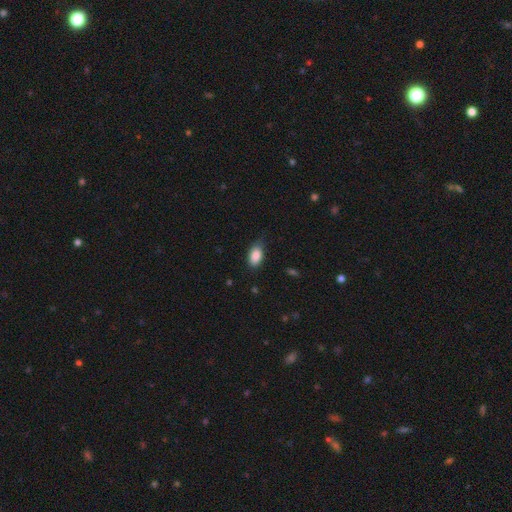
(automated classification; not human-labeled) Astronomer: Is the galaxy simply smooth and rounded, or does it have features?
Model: smooth — 87%.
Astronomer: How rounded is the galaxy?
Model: in between — 91%.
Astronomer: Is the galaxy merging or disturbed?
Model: none — 64%.